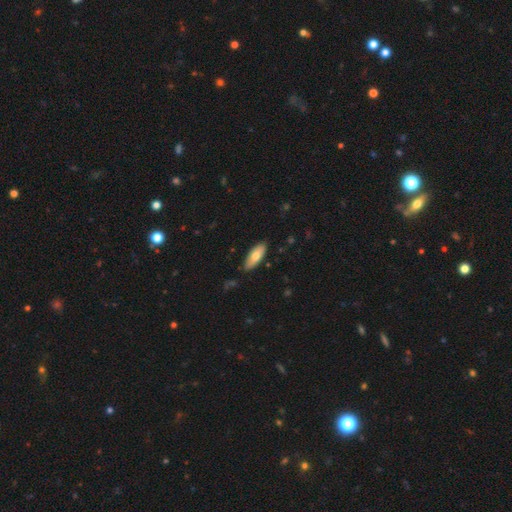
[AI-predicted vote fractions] The model was most divided on "smooth or featured": smooth: 73%, featured or disk: 21%, star or artifact: 6%. More confident: merging — none (86%); how rounded — in between (77%).